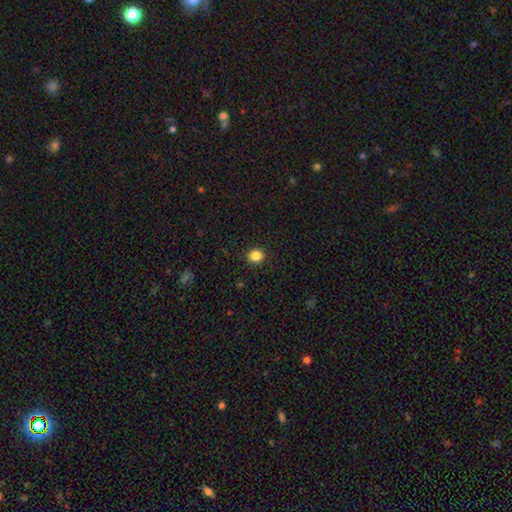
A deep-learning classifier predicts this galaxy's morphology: This appears to be a smooth galaxy with no disk features (85%) that is round (90%). Merging: none (92%).